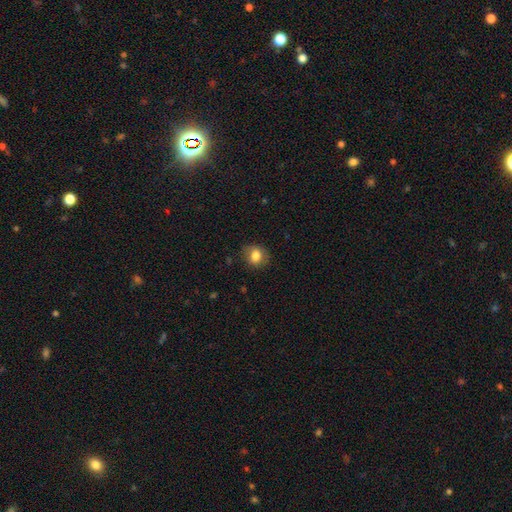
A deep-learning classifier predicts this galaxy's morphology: A smooth galaxy with no disk features (80%) that is round (65%). Merging: none (79%).